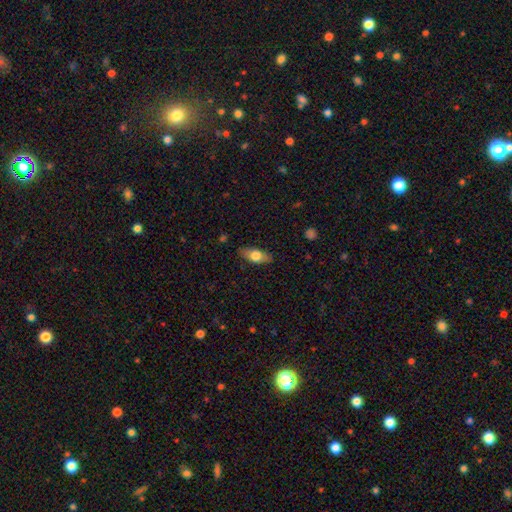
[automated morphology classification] Smooth or featured?
  - smooth: 66% *
  - featured or disk: 28%
  - star or artifact: 6%
How rounded?
  - in between: 78% *
  - cigar-shaped: 18%
  - round: 4%
Merging?
  - none: 84% *
  - minor disturbance: 12%
  - major disturbance: 3%
  - merger: 1%